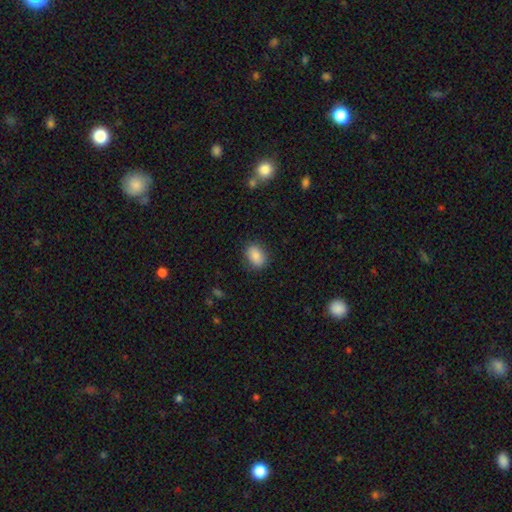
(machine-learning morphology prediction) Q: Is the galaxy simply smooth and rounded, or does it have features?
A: smooth — 86%.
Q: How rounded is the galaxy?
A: in between — 70%.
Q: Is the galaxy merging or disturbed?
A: none — 83%.